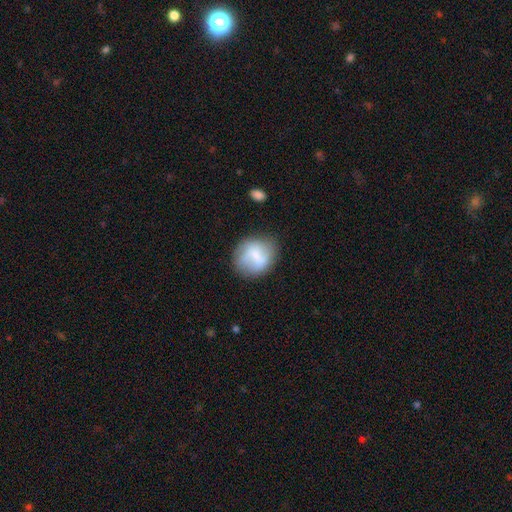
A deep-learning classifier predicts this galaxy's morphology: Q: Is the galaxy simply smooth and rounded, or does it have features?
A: smooth — 56%.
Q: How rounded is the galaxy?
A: round — 75%.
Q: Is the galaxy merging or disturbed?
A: none — 67%.